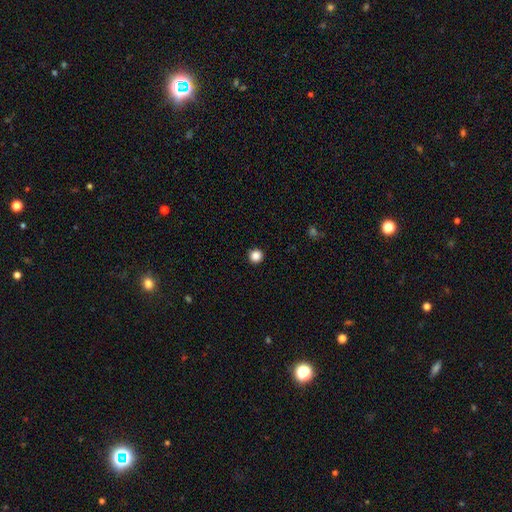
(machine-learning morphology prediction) smooth 86%, star or artifact 11%, featured or disk 3%. Down the decision tree: how rounded — round (96%); merging — none (93%).